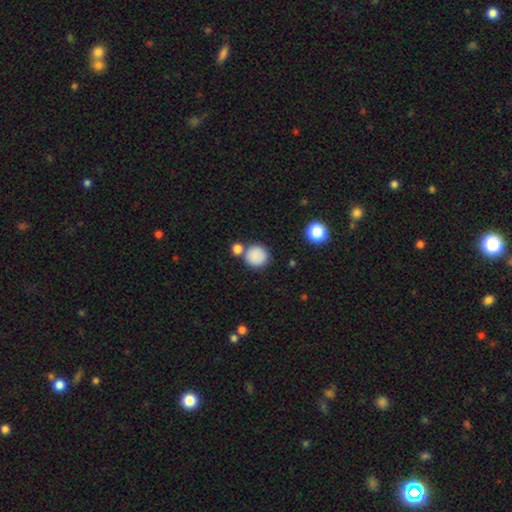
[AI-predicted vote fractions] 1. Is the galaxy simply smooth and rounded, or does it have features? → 86% smooth, 9% star or artifact, 5% featured or disk.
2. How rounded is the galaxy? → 92% round, 7% in between, 1% cigar-shaped.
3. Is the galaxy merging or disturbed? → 72% none, 14% merger, 10% minor disturbance, 4% major disturbance.